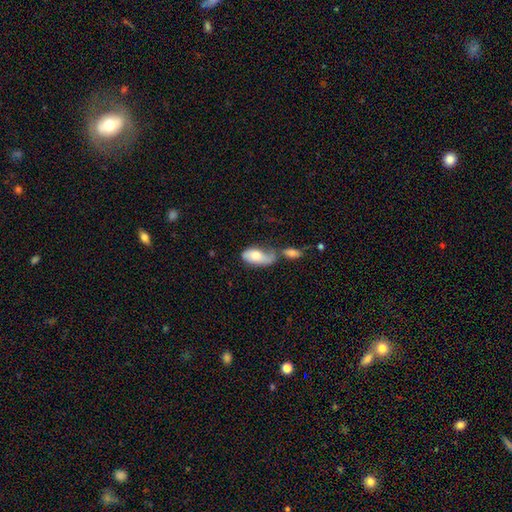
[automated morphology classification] The model was most divided on "merging": merger: 48%, none: 20%, minor disturbance: 16%, major disturbance: 16%. More confident: how rounded — in between (91%); smooth or featured — smooth (67%).